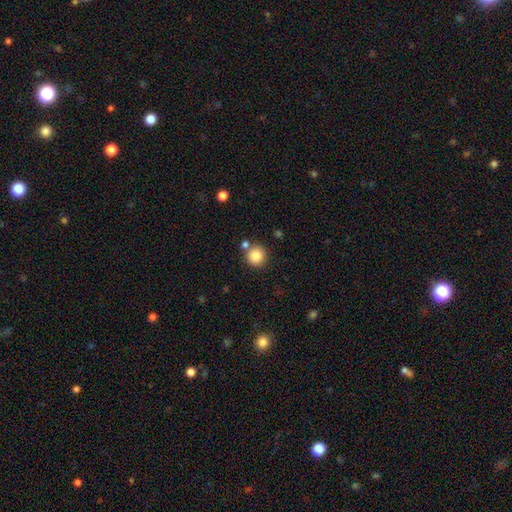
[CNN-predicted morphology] A smooth galaxy with no disk features (86%) that is round (93%). Merging: none (77%).